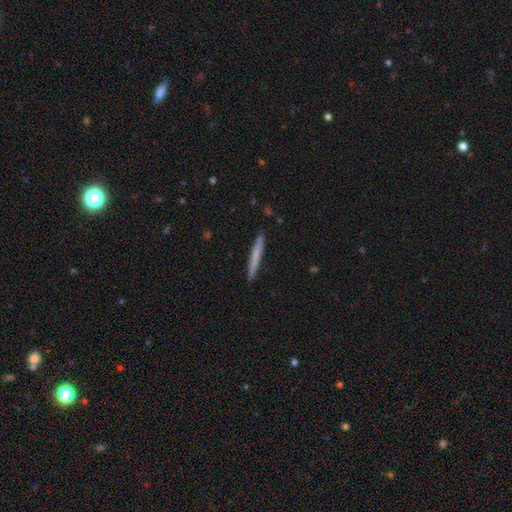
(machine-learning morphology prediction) type=smooth (67%); roundness=cigar-shaped (97%); merging=none (90%).